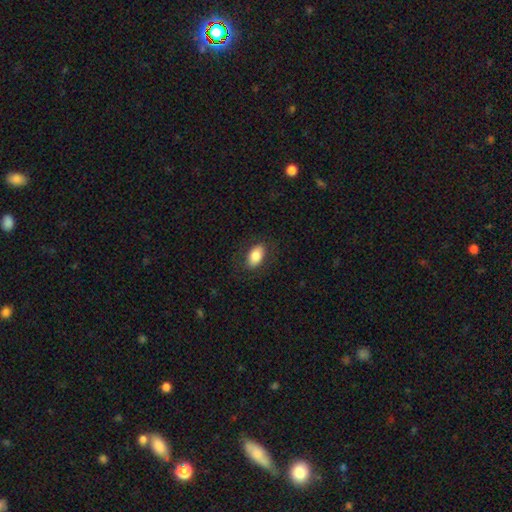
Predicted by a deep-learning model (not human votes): smooth_or_featured: smooth (p=0.82) [alt: featured or disk p=0.11]
how_rounded: in between (p=0.91) [alt: round p=0.07]
merging: none (p=0.85) [alt: minor disturbance p=0.11]